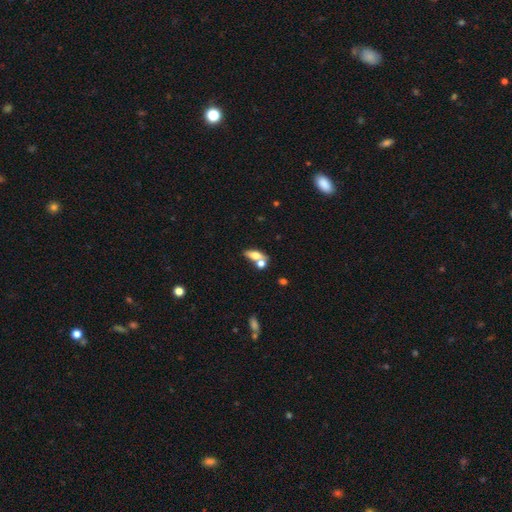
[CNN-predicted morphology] Smooth or featured?
  - smooth: 65% *
  - featured or disk: 27%
  - star or artifact: 9%
How rounded?
  - in between: 74% *
  - cigar-shaped: 17%
  - round: 9%
Merging?
  - merger: 42% * (tied)
  - none: 42% * (tied)
  - minor disturbance: 11%
  - major disturbance: 5%